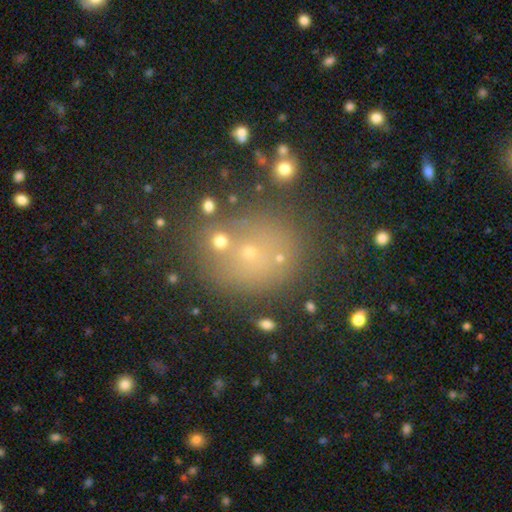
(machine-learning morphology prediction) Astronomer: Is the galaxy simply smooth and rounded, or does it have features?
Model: smooth — 47% (runner-up: star or artifact, 37%).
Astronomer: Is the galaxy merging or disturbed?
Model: none — 65%.